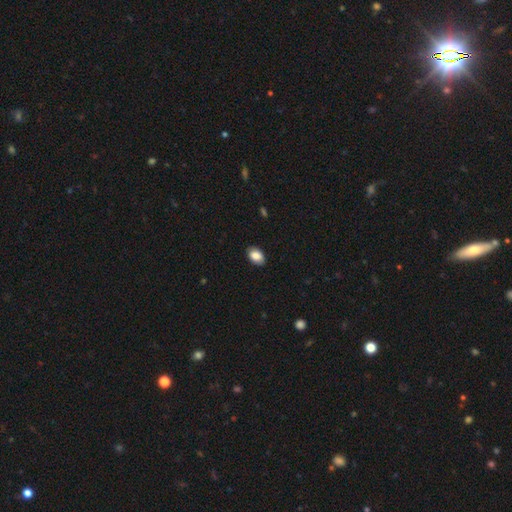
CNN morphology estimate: smooth-or-featured: smooth: 85% | featured or disk: 8% | star or artifact: 7%
  how-rounded: in between: 89% | round: 9% | cigar-shaped: 1%
  merging: none: 89% | minor disturbance: 9% | major disturbance: 2% | merger: 1%